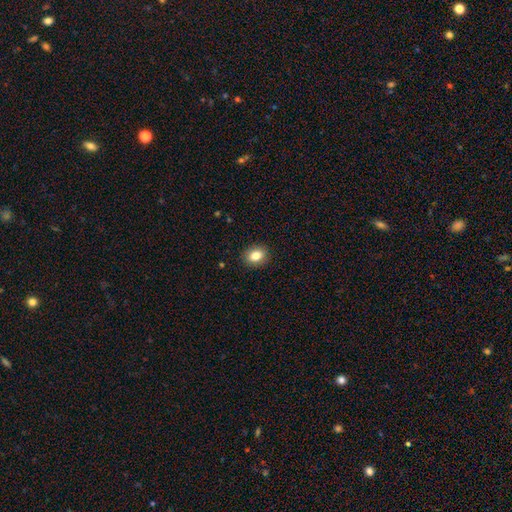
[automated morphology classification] Smooth or featured: smooth — 83% (star or artifact — 9%)
How rounded: in between — 59% (round — 40%)
Merging: none — 90% (minor disturbance — 7%)